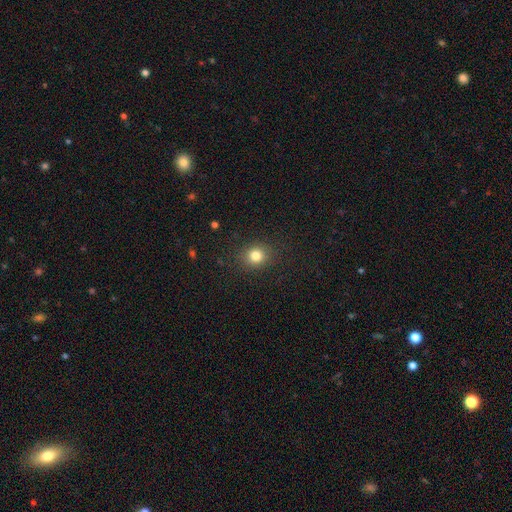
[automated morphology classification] Smooth or featured? Predicted: smooth (p=0.81). How rounded? Predicted: round (p=0.76). Merging? Predicted: none (p=0.87).